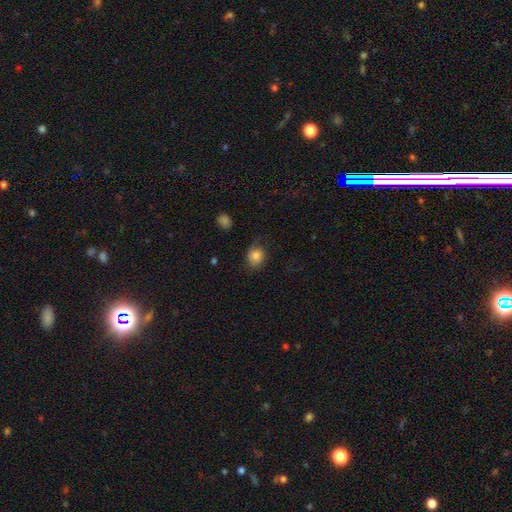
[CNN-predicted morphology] Smooth or featured? Predicted: smooth (p=0.80). How rounded? Predicted: round (p=0.62). Merging? Predicted: none (p=0.63).